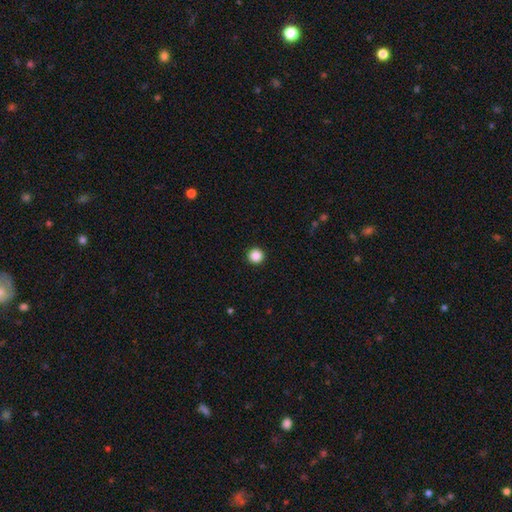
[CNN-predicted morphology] Smooth or featured?
  - smooth: 88% *
  - star or artifact: 10%
  - featured or disk: 2%
How rounded?
  - round: 96% *
  - in between: 3%
  - cigar-shaped: 1%
Merging?
  - none: 94% *
  - minor disturbance: 4%
  - major disturbance: 1%
  - merger: 1%